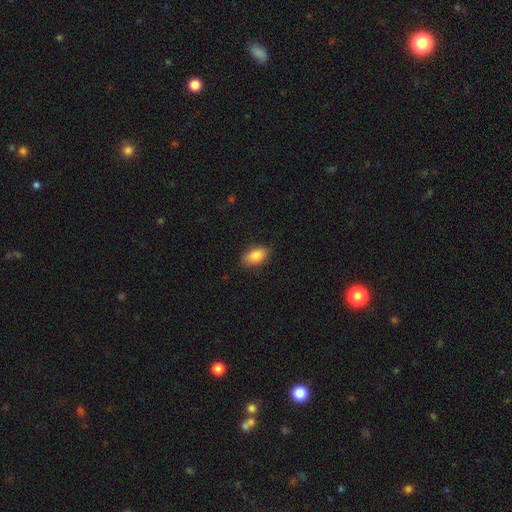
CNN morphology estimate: Smooth or featured? smooth (85%)
How rounded? in between (91%)
Merging? none (84%)